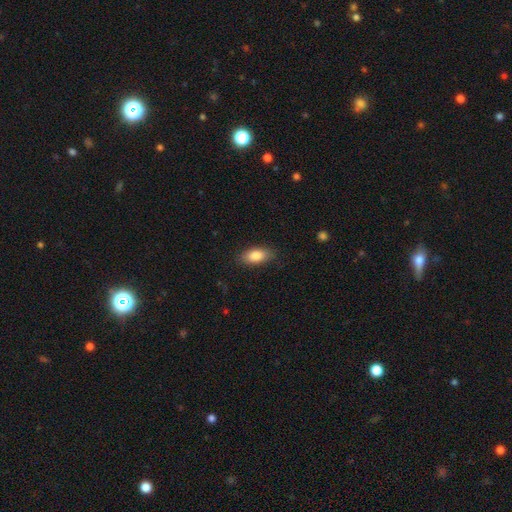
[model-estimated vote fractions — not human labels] The model was most divided on "merging": none: 84%, minor disturbance: 12%, major disturbance: 3%, merger: 1%. More confident: how rounded — in between (88%); smooth or featured — smooth (85%).